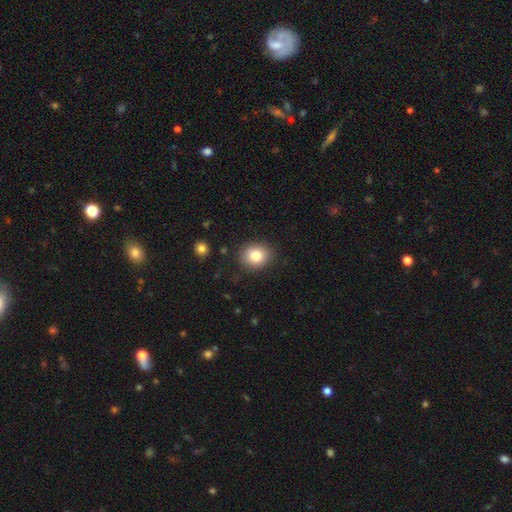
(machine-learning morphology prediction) smooth-or-featured: smooth: 81% | star or artifact: 10% | featured or disk: 9%
  how-rounded: round: 63% | in between: 36% | cigar-shaped: 1%
  merging: none: 86% | minor disturbance: 9% | major disturbance: 3% | merger: 2%